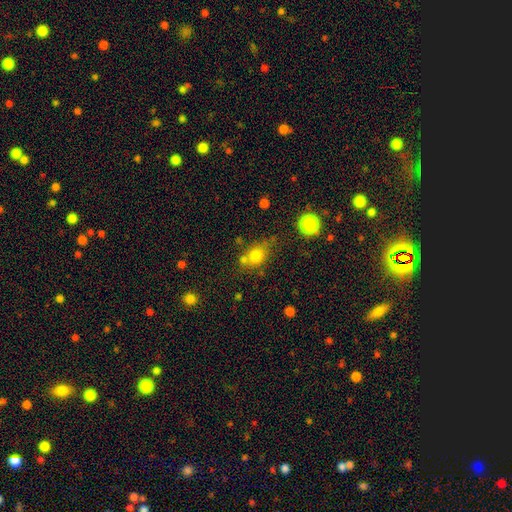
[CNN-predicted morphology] smooth 75%, star or artifact 14%, featured or disk 11%. Down the decision tree: how rounded — round (57%); merging — none (60%).